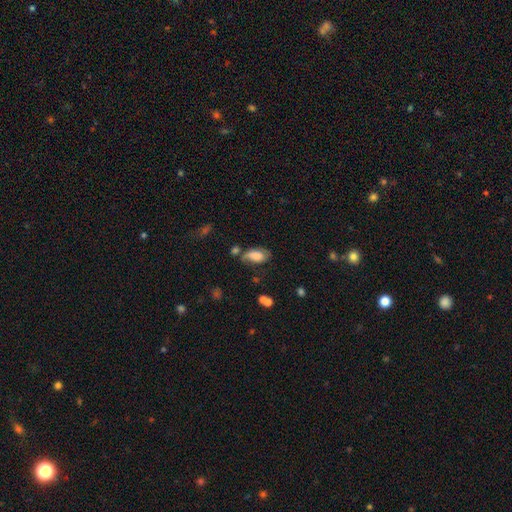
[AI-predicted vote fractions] smooth-or-featured: smooth: 73% | featured or disk: 18% | star or artifact: 9%
  how-rounded: in between: 92% | round: 4% | cigar-shaped: 4%
  merging: none: 46% | minor disturbance: 30% | major disturbance: 14% | merger: 11%